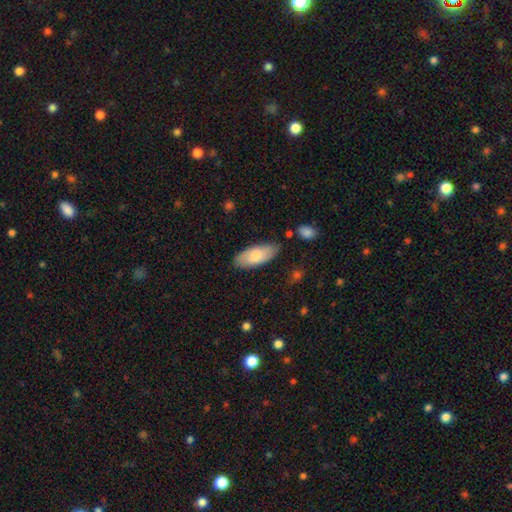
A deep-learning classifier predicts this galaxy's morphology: Smooth or featured? Predicted: smooth (p=0.75). How rounded? Predicted: in between (p=0.85). Merging? Predicted: none (p=0.80).